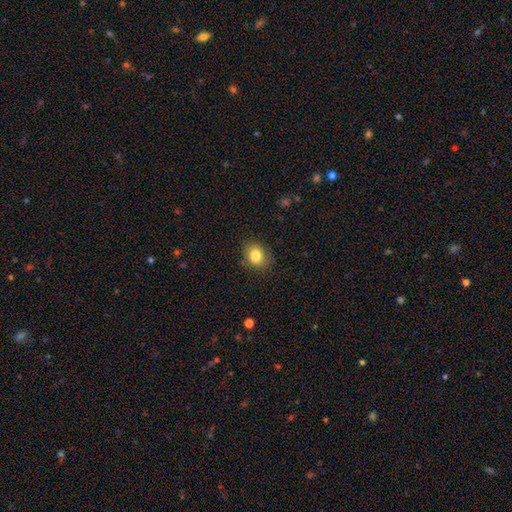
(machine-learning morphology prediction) Smooth or featured: smooth — 83% (star or artifact — 10%)
How rounded: round — 59% (in between — 40%)
Merging: none — 84% (minor disturbance — 12%)